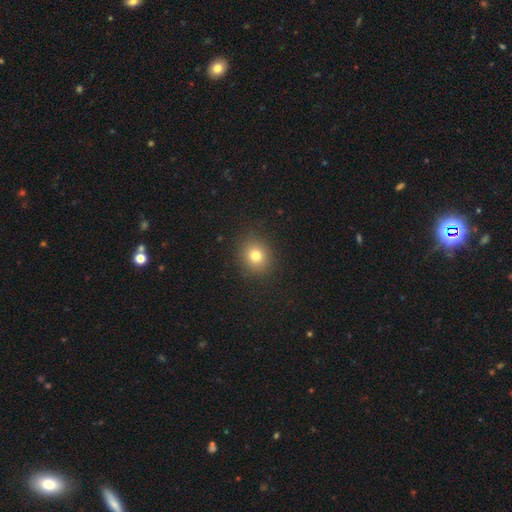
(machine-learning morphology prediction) Smooth or featured?
  - smooth: 78% *
  - star or artifact: 14%
  - featured or disk: 9%
How rounded?
  - round: 79% *
  - in between: 20%
  - cigar-shaped: 1%
Merging?
  - none: 89% *
  - minor disturbance: 7%
  - major disturbance: 3%
  - merger: 1%